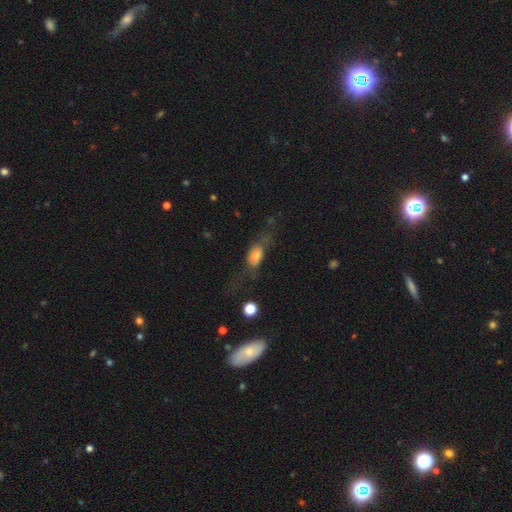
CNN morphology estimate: Smooth or featured? smooth (56%)
How rounded? in between (71%)
Merging? none (38%)